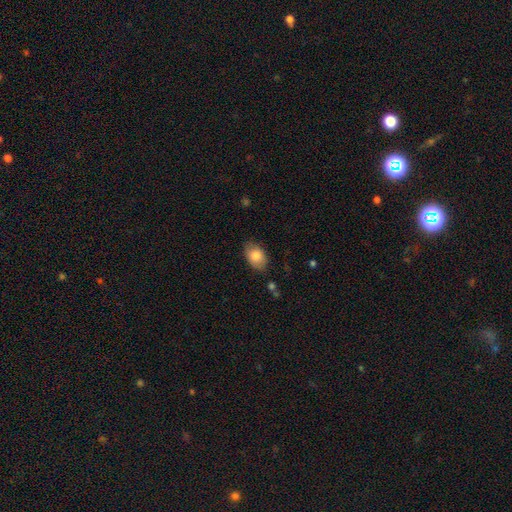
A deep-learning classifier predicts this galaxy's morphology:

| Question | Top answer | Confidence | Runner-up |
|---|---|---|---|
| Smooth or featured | smooth | 84% | featured or disk (9%) |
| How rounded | in between | 87% | round (12%) |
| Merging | none | 79% | minor disturbance (16%) |